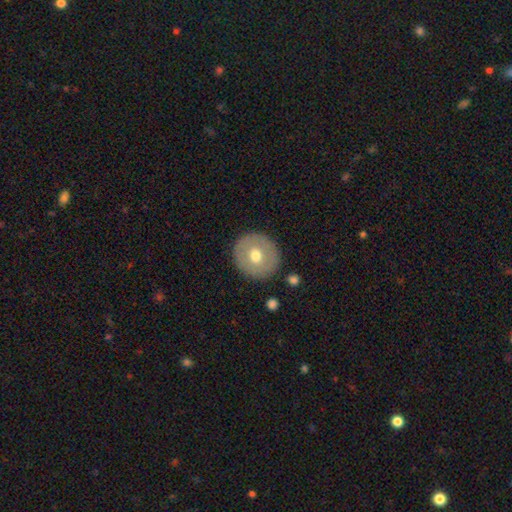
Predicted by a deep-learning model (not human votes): A smooth galaxy with no disk features (60%) that is round (88%).

Vote fractions:
- Smooth or featured? smooth: 60% / featured or disk: 33% / star or artifact: 7%
- How rounded? round: 88% / in between: 11% / cigar-shaped: 1%
- Merging? none: 87% / minor disturbance: 8% / major disturbance: 3% / merger: 2%